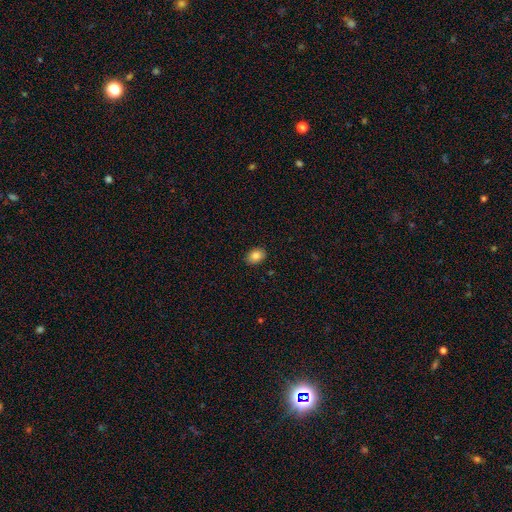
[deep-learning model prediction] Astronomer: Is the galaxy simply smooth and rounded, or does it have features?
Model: smooth — 85%.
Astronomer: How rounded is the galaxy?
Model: in between — 75%.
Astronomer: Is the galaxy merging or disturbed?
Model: none — 89%.